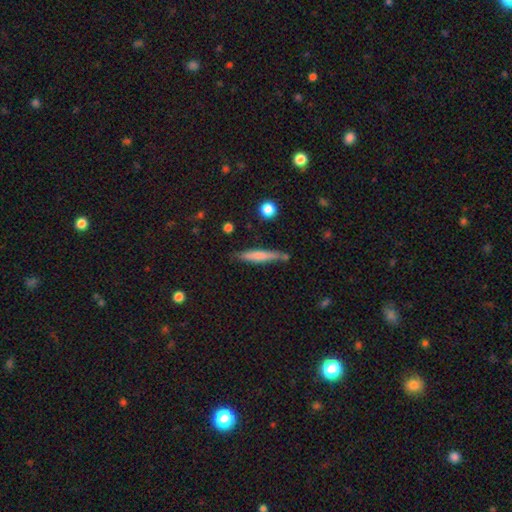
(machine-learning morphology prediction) This appears to be a featured or disk galaxy (47%). Merging: none (87%).